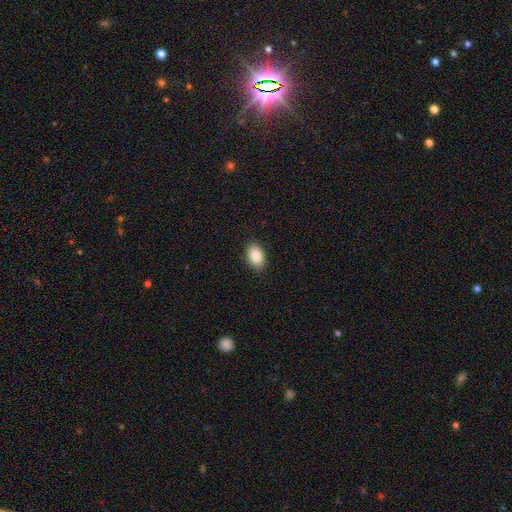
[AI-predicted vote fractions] Smooth or featured?
  - smooth: 88% *
  - star or artifact: 7%
  - featured or disk: 5%
How rounded?
  - in between: 90% *
  - round: 9%
  - cigar-shaped: 1%
Merging?
  - none: 89% *
  - minor disturbance: 8%
  - major disturbance: 2%
  - merger: 1%